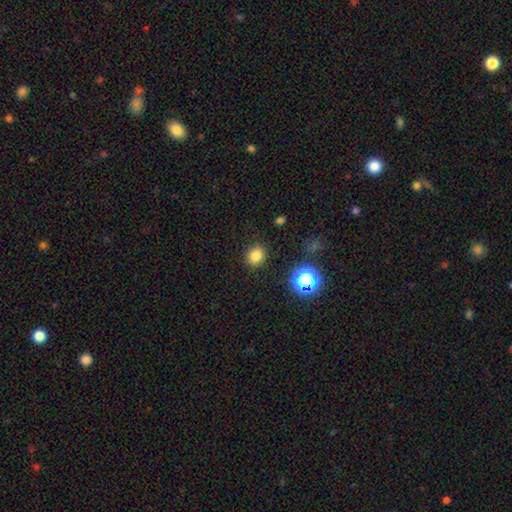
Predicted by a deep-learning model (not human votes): A smooth galaxy with no disk features (81%) that is round (74%).

Vote fractions:
- Smooth or featured? smooth: 81% / star or artifact: 14% / featured or disk: 5%
- How rounded? round: 74% / in between: 25% / cigar-shaped: 1%
- Merging? none: 89% / minor disturbance: 7% / major disturbance: 2% / merger: 1%